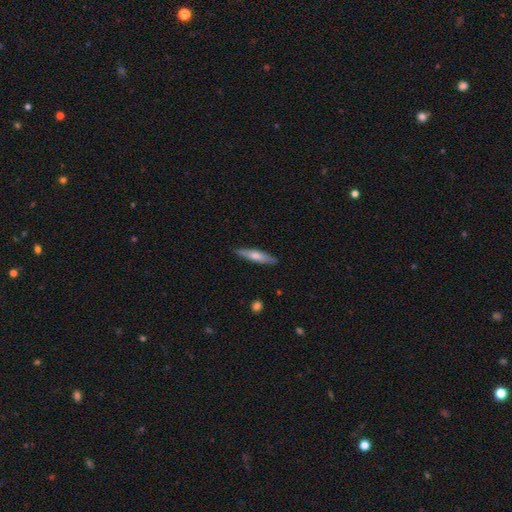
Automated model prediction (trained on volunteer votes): A smooth galaxy with no disk features (62%) that is cigar-shaped (83%). Merging: none (88%).